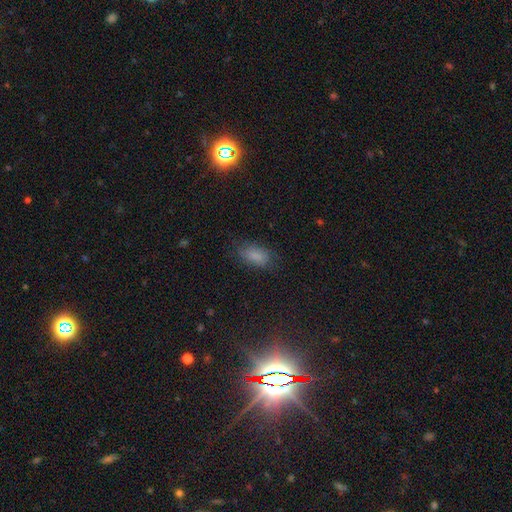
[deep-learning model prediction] Q: Smooth or featured?
A: smooth (78%); runner-up: star or artifact (12%)
Q: How rounded?
A: in between (90%); runner-up: cigar-shaped (6%)
Q: Merging?
A: none (74%); runner-up: minor disturbance (19%)